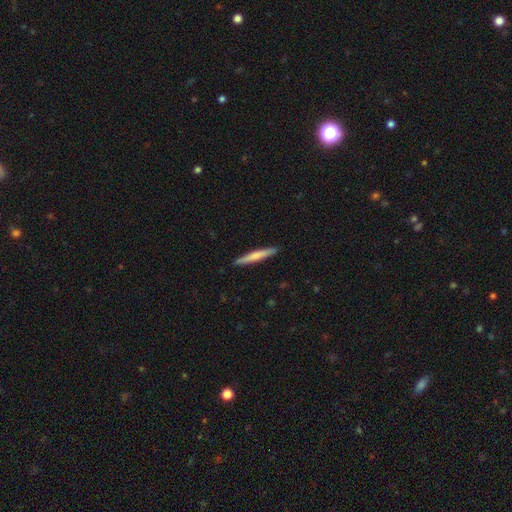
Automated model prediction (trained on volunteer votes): smooth-or-featured: smooth: 64% | featured or disk: 31% | star or artifact: 5%
  how-rounded: cigar-shaped: 95% | in between: 4% | round: 1%
  merging: none: 91% | minor disturbance: 6% | major disturbance: 1% | merger: 1%